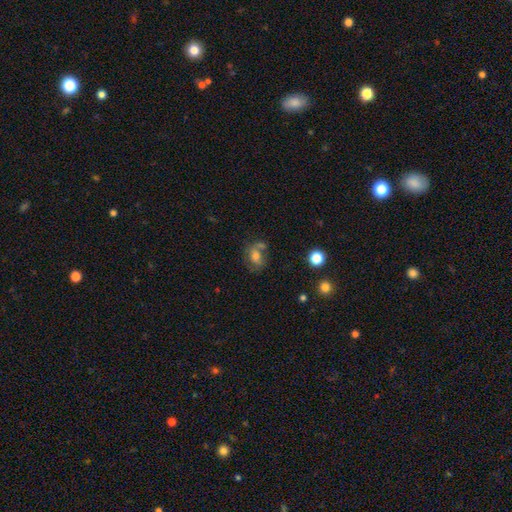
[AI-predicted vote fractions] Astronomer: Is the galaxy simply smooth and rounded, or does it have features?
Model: smooth — 63%.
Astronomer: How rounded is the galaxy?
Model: in between — 65%.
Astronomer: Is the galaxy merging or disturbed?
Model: none — 46% (runner-up: merger, 25%).